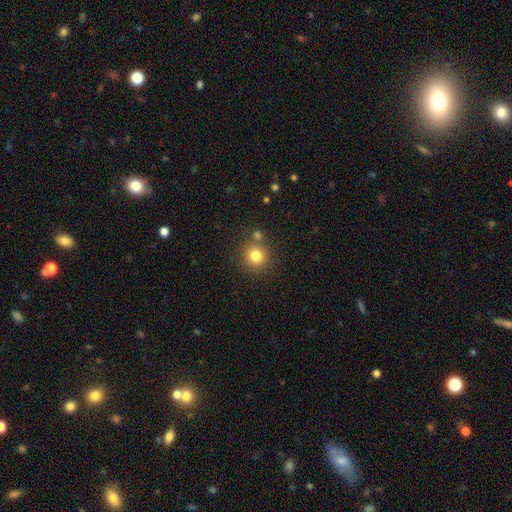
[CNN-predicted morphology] smooth_or_featured: smooth (p=0.80) [alt: star or artifact p=0.13]
how_rounded: round (p=0.92) [alt: in between p=0.07]
merging: none (p=0.78) [alt: merger p=0.12]